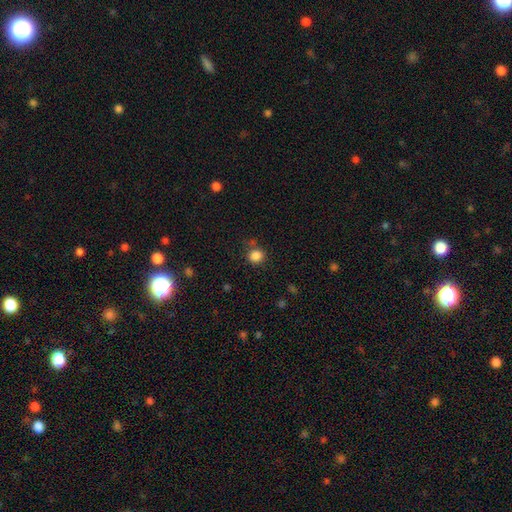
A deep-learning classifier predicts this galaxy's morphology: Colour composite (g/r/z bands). It shows a smooth galaxy with no disk features (85%) that is round (85%). Merging: none (77%).